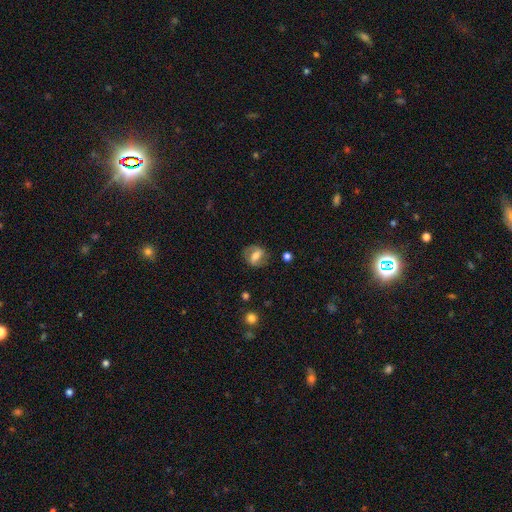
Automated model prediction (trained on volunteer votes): The model was most divided on "smooth or featured": featured or disk: 52%, smooth: 40%, star or artifact: 8%. More confident: edge-on disk — no (93%); merging — none (76%).